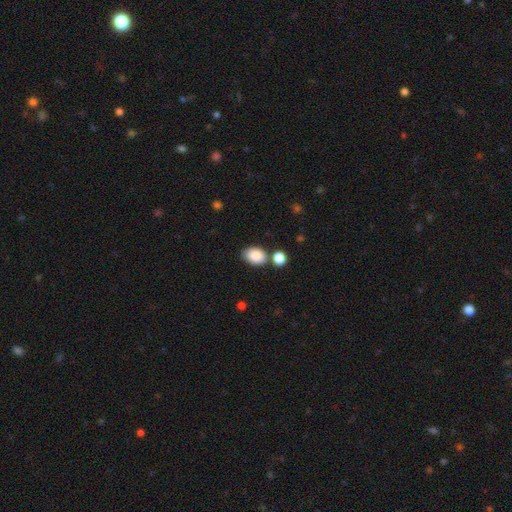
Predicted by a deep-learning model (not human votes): Q: Smooth or featured?
A: smooth (87%); runner-up: star or artifact (8%)
Q: How rounded?
A: in between (80%); runner-up: round (19%)
Q: Merging?
A: none (70%); runner-up: merger (14%)